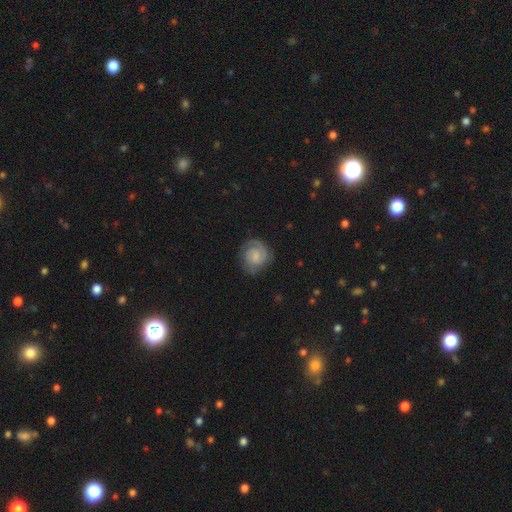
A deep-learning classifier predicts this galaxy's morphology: Smooth or featured? Predicted: featured or disk (p=0.72). Edge-on disk? Predicted: no (p=0.98). Bar? Predicted: no (p=0.55). Spiral arms? Predicted: yes (p=0.95). Spiral winding? Predicted: tight (p=0.61). Spiral arm count? Predicted: 2 (p=0.64). Bulge size? Predicted: small (p=0.41). Merging? Predicted: none (p=0.76).